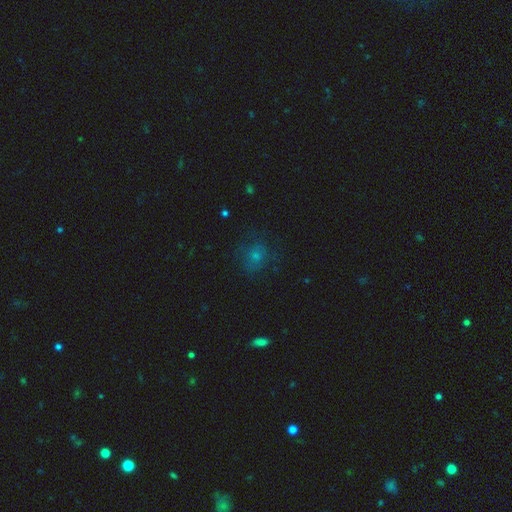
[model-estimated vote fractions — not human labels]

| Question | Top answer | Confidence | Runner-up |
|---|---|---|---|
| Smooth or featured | smooth | 53% | star or artifact (31%) |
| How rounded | round | 74% | in between (24%) |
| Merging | none | 74% | minor disturbance (16%) |